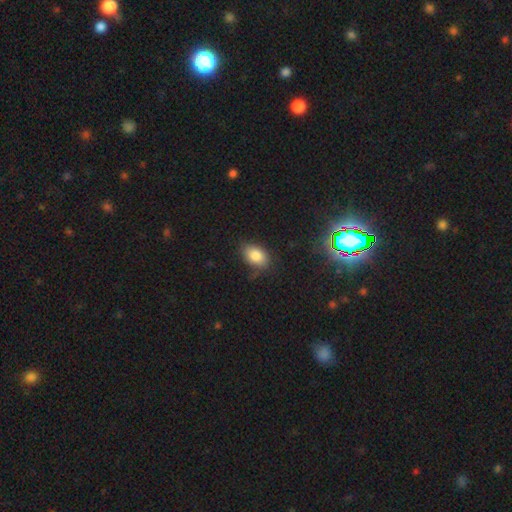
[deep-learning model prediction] Q: Smooth or featured?
A: smooth (83%); runner-up: star or artifact (9%)
Q: How rounded?
A: in between (86%); runner-up: round (12%)
Q: Merging?
A: none (73%); runner-up: minor disturbance (21%)